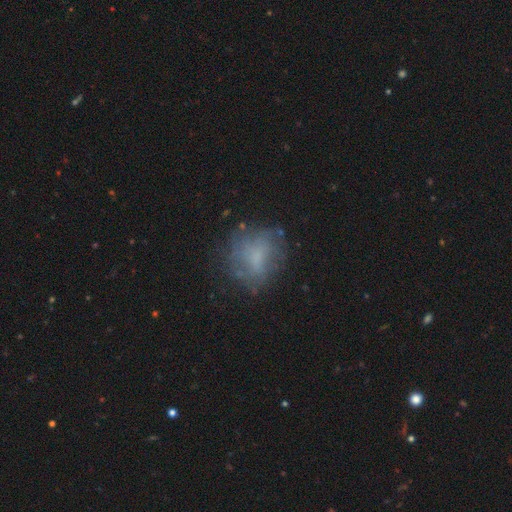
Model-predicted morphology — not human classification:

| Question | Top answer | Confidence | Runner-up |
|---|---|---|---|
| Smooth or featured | smooth | 51% | featured or disk (36%) |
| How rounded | round | 70% | in between (29%) |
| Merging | none | 66% | minor disturbance (19%) |